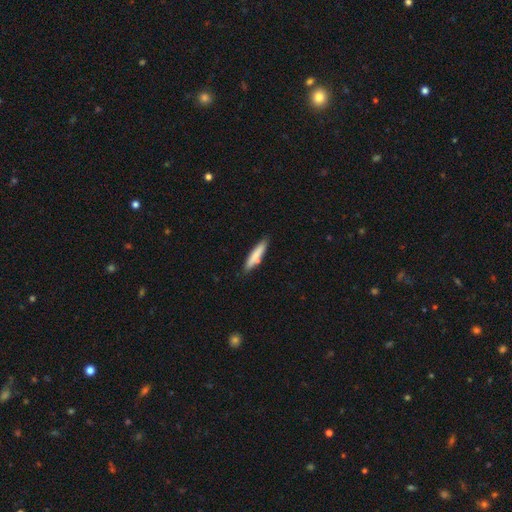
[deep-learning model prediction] smooth_or_featured: smooth (p=0.79) [alt: featured or disk p=0.16]
how_rounded: cigar-shaped (p=0.84) [alt: in between p=0.15]
merging: none (p=0.80) [alt: minor disturbance p=0.13]